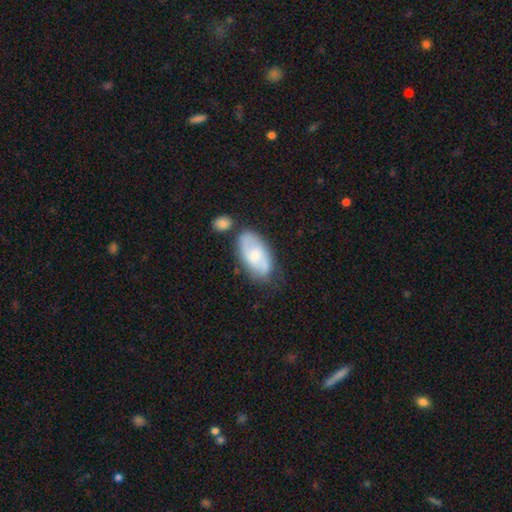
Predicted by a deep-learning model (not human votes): Smooth or featured: featured or disk — 49% (smooth — 45%)
Merging: none — 57% (minor disturbance — 22%)